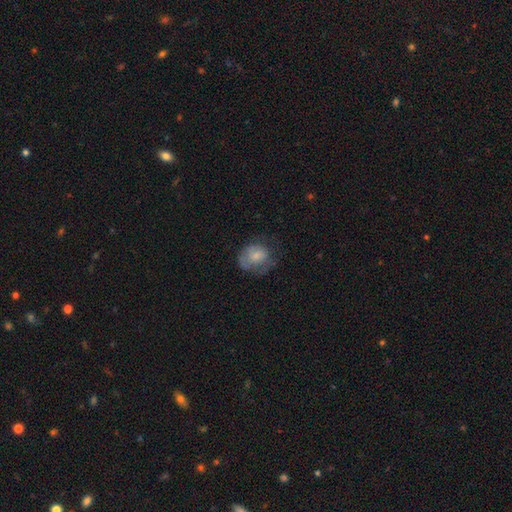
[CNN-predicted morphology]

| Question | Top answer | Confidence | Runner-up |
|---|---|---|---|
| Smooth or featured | smooth | 67% | featured or disk (24%) |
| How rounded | round | 58% | in between (41%) |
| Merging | none | 47% | minor disturbance (28%) |